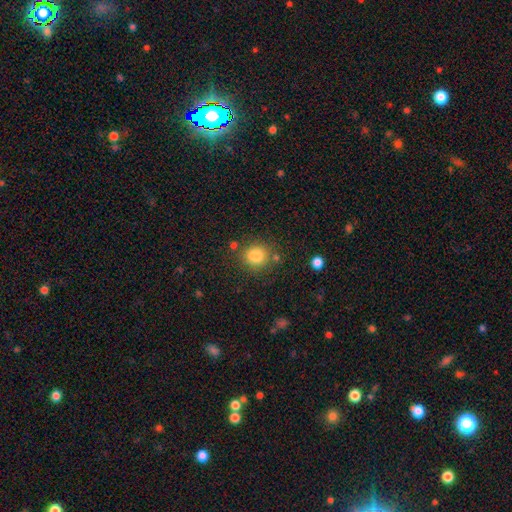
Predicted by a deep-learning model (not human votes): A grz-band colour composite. It shows a smooth galaxy with no disk features (84%) that is round (80%). Merging: none (77%).